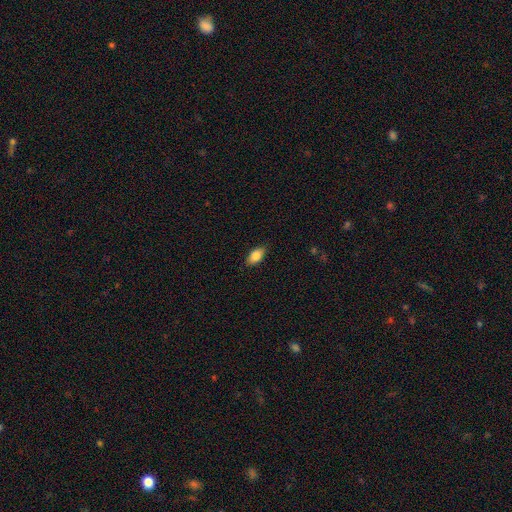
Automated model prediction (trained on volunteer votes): The model was most divided on "merging": none: 85%, minor disturbance: 11%, major disturbance: 2%, merger: 1%. More confident: how rounded — in between (90%); smooth or featured — smooth (84%).